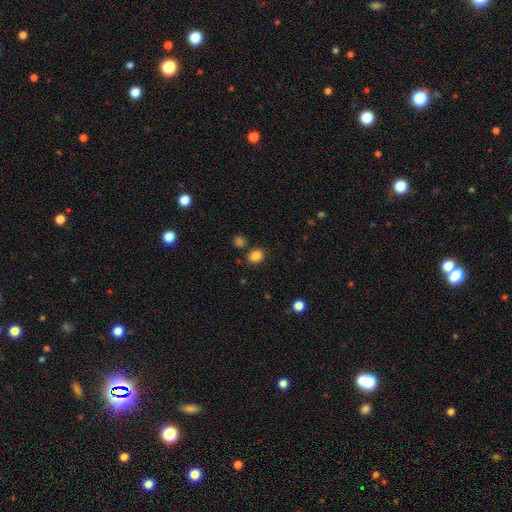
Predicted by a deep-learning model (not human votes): Overall: smooth (85%). How rounded: round (54%; in between 46%). Merging: none (82%).